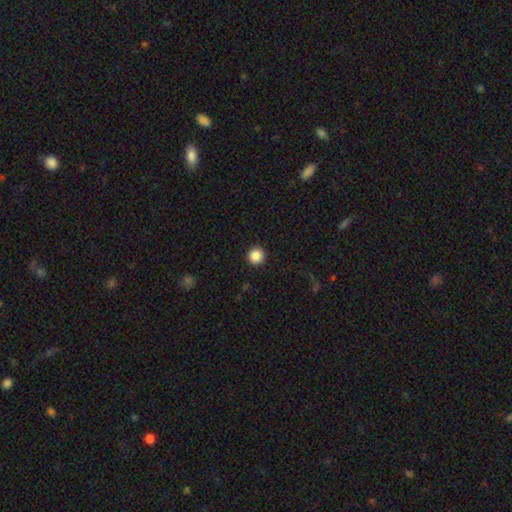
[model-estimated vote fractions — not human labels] smooth-or-featured: smooth: 88% | star or artifact: 10% | featured or disk: 3%
  how-rounded: round: 96% | in between: 3% | cigar-shaped: 1%
  merging: none: 93% | minor disturbance: 4% | major disturbance: 2% | merger: 1%